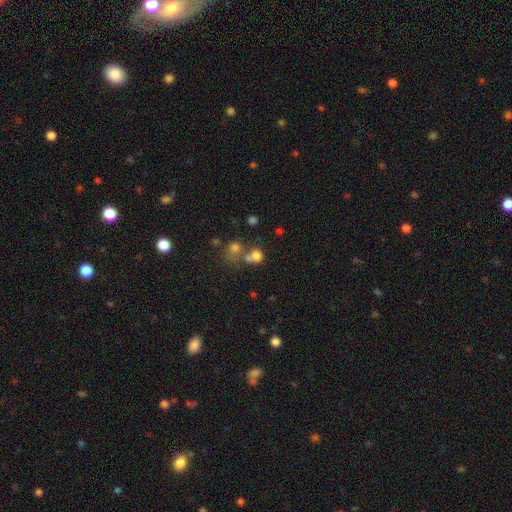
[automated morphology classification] Smooth or featured: smooth — 70% (star or artifact — 16%)
How rounded: round — 74% (in between — 25%)
Merging: merger — 44% (none — 41%)